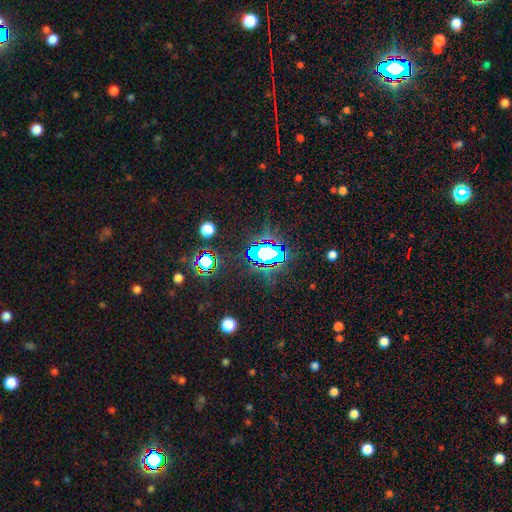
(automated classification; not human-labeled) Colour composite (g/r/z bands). It shows a star or artifact, not a galaxy (80%).